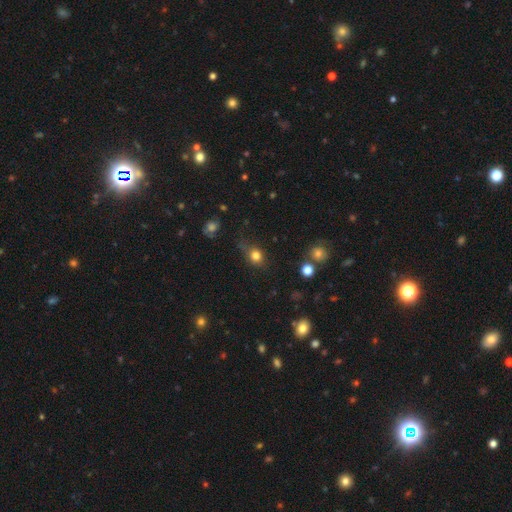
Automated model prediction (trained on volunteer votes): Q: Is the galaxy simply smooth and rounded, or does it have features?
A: smooth — 80%.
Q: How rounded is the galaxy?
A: round — 71%.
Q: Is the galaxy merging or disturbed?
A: none — 64%.